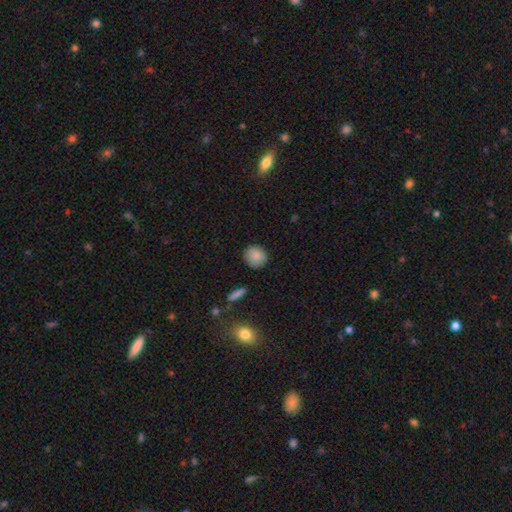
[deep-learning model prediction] The model was most divided on "how rounded": round: 83%, in between: 16%, cigar-shaped: 1%. More confident: smooth or featured — smooth (86%); merging — none (84%).